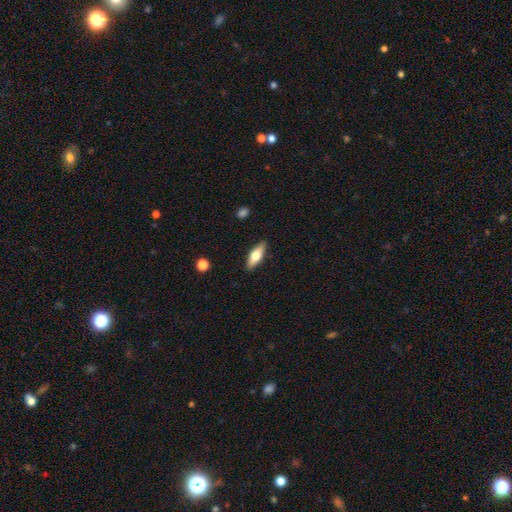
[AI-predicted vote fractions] Morphology: type=smooth (64%); roundness=in between (64%); merging=none (88%).